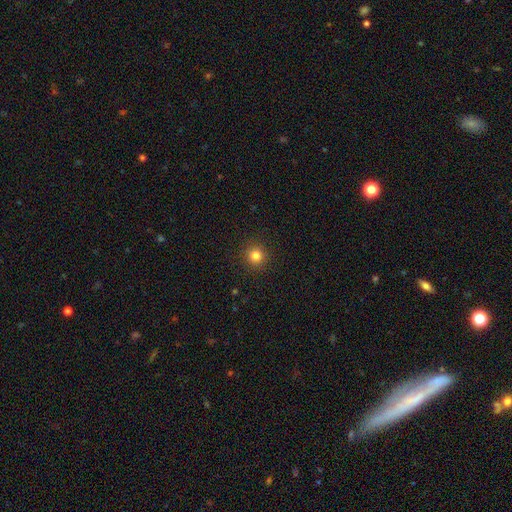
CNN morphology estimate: A smooth galaxy with no disk features (82%) that is round (93%).

Vote fractions:
- Smooth or featured? smooth: 82% / star or artifact: 13% / featured or disk: 5%
- How rounded? round: 93% / in between: 6% / cigar-shaped: 1%
- Merging? none: 92% / minor disturbance: 5% / major disturbance: 2% / merger: 1%